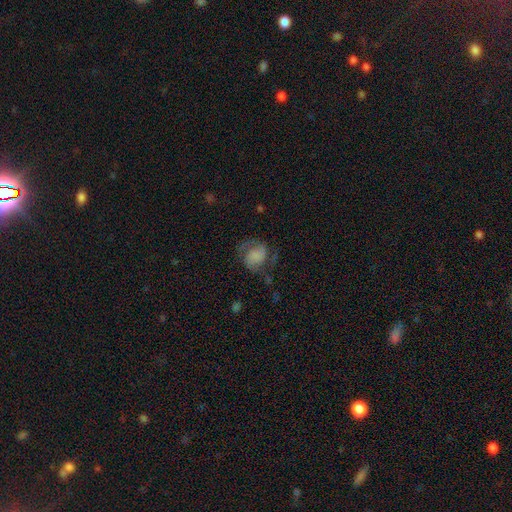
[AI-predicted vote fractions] The model was most divided on "spiral winding": medium: 48%, loose: 32%, tight: 20%. Remaining: edge-on disk — no (98%); spiral arms — yes (90%); spiral arm count — 2 (87%); bar — no (66%); smooth or featured — featured or disk (59%); merging — none (58%); bulge size — none (48%).